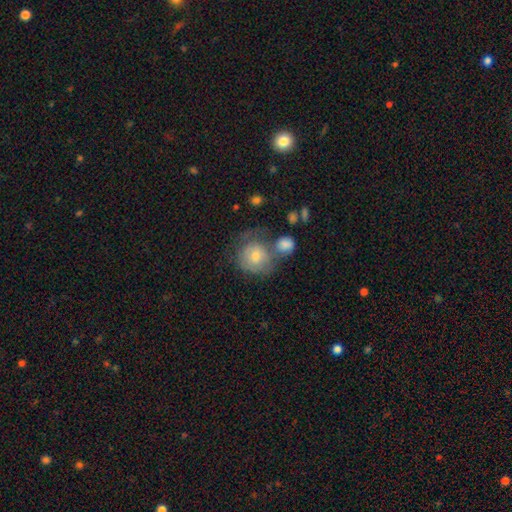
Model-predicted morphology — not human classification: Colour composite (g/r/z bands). It shows a smooth galaxy with no disk features (63%) that is round (84%). Merging: none (39%).